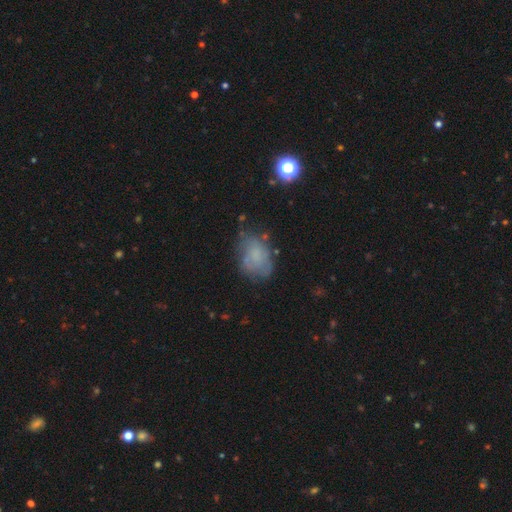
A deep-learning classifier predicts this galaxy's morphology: A smooth galaxy with no disk features (53%) that is in between round and cigar-shaped (73%). Merging: none (53%).